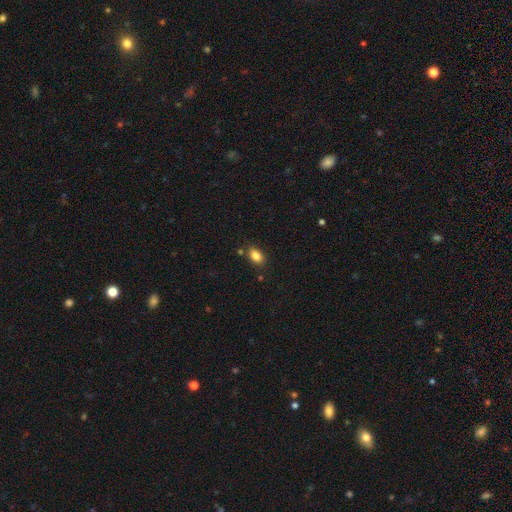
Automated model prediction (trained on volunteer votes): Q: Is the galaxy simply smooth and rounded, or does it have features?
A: smooth — 85%.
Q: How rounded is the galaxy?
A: in between — 85%.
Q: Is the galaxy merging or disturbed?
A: none — 81%.